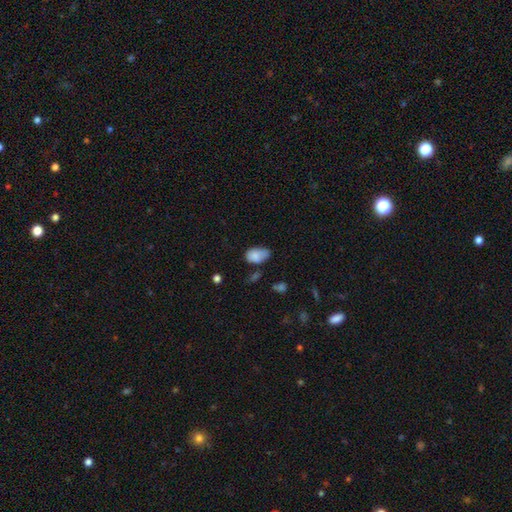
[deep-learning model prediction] Smooth or featured? smooth (81%)
How rounded? in between (91%)
Merging? none (43%)